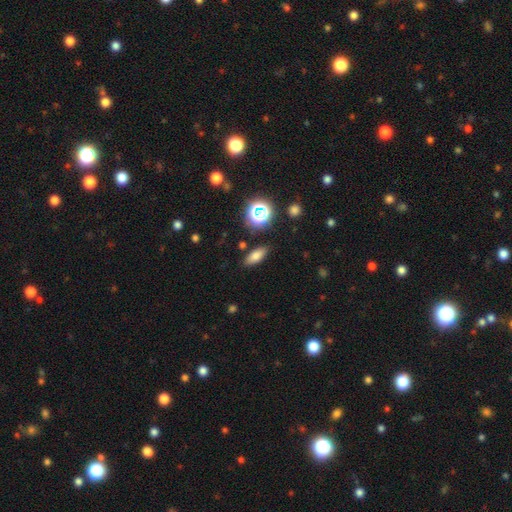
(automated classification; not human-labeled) Overall: smooth (74%). How rounded: in between (75%). Merging: none (85%).